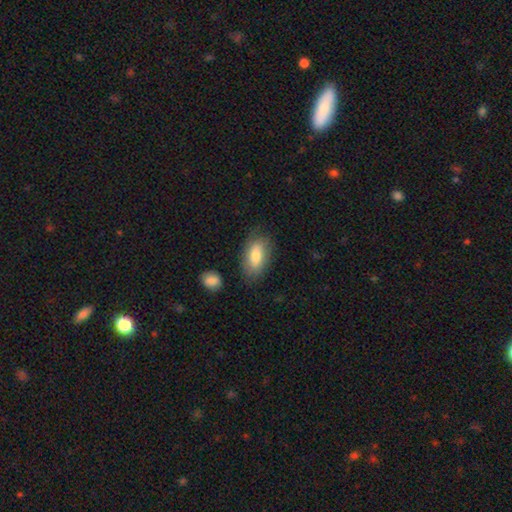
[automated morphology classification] Overall: smooth (77%). How rounded: in between (90%). Merging: none (77%).